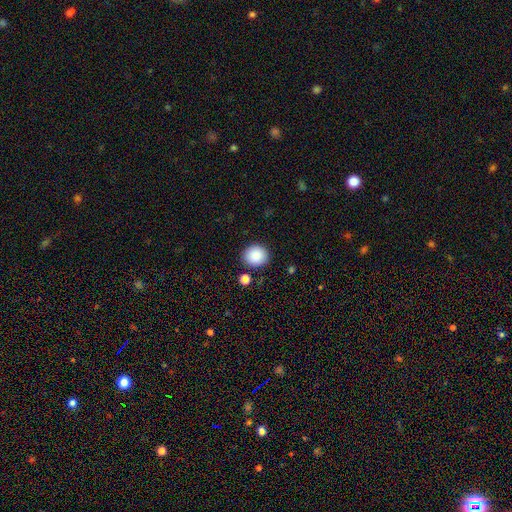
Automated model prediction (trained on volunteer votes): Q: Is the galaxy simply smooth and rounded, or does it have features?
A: smooth — 87%.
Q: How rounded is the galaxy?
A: round — 80%.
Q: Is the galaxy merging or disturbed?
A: none — 86%.